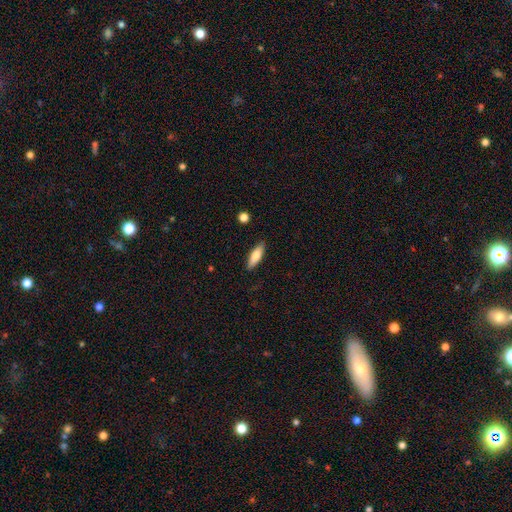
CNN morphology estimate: Smooth or featured? Predicted: smooth (p=0.73). How rounded? Predicted: in between (p=0.50). Merging? Predicted: none (p=0.87).